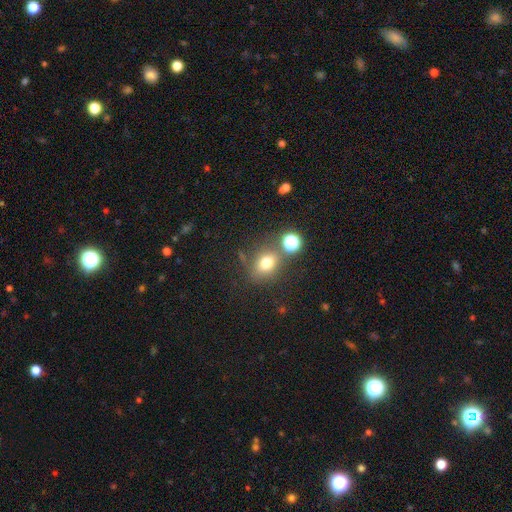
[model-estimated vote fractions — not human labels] Smooth or featured? smooth (59%)
How rounded? round (79%)
Merging? none (67%)